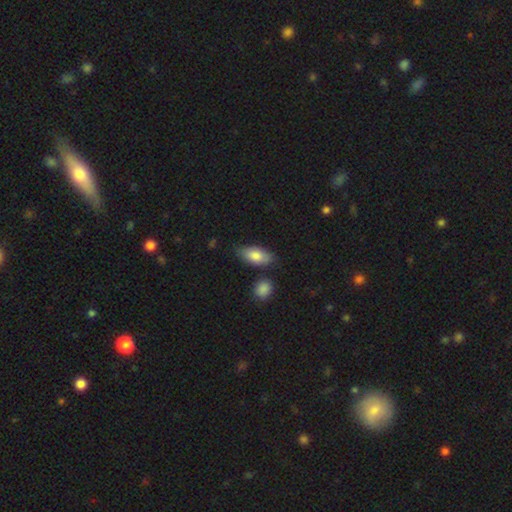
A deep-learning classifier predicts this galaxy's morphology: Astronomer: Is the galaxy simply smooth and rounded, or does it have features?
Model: smooth — 81%.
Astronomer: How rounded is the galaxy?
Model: in between — 89%.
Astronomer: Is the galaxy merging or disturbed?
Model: none — 76%.